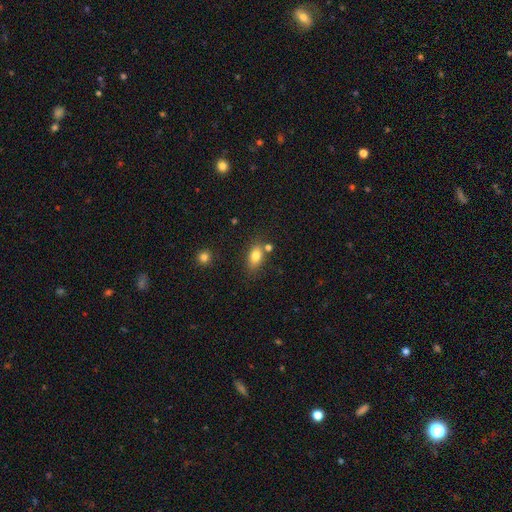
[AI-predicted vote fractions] smooth 80%, featured or disk 11%, star or artifact 9%. Down the decision tree: how rounded — in between (83%); merging — none (70%).